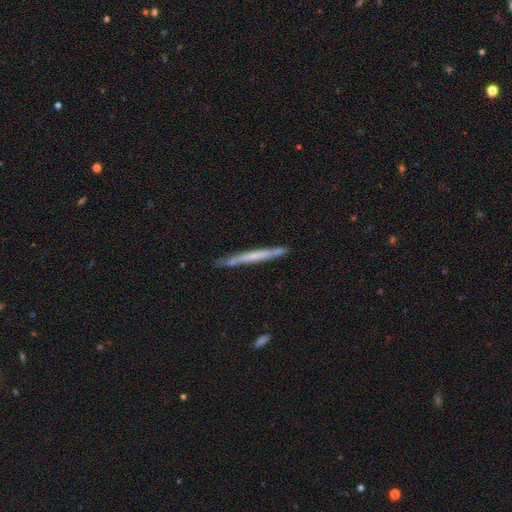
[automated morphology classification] Overall: featured or disk (52%; smooth 42%). Edge-on disk: yes (95%). Merging: none (82%).